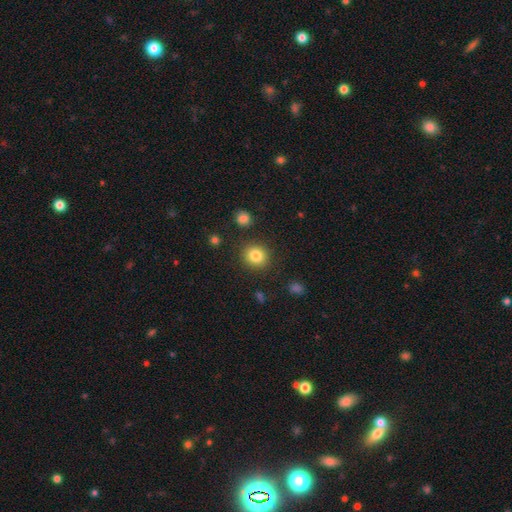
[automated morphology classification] Smooth or featured? Predicted: smooth (p=0.83). How rounded? Predicted: round (p=0.84). Merging? Predicted: none (p=0.88).